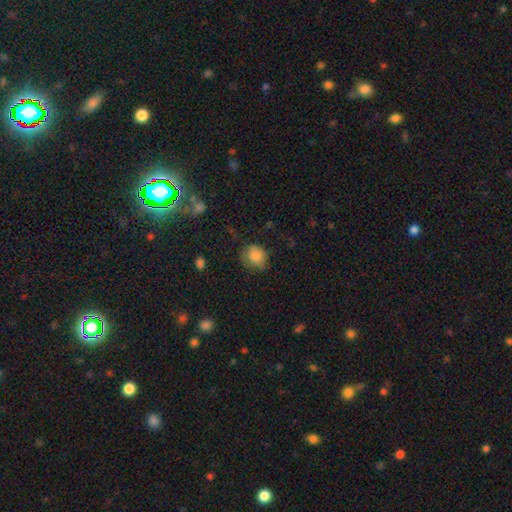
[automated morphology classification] Smooth or featured: smooth — 80% (featured or disk — 11%)
How rounded: round — 71% (in between — 28%)
Merging: none — 62% (minor disturbance — 27%)